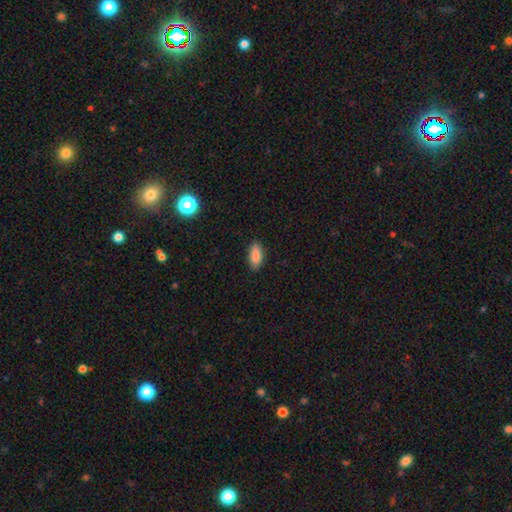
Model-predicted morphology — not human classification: This is clearly a smooth galaxy (84%). How rounded: clearly in between (84%). Merging: clearly none (87%).